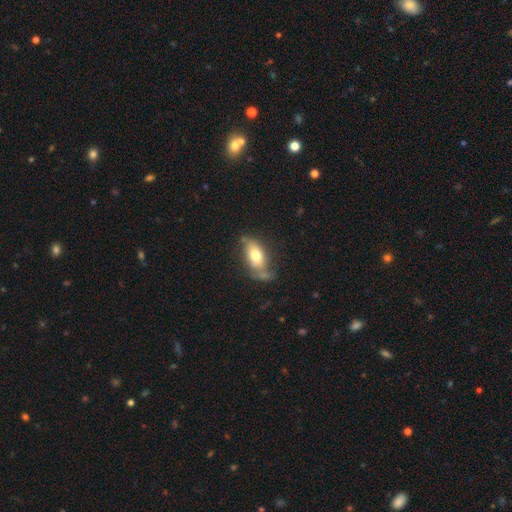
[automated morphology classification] A smooth galaxy with no disk features (68%) that is in between round and cigar-shaped (87%).

Vote fractions:
- Smooth or featured? smooth: 68% / featured or disk: 25% / star or artifact: 7%
- How rounded? in between: 87% / cigar-shaped: 8% / round: 5%
- Merging? none: 51% / minor disturbance: 27% / merger: 11% / major disturbance: 11%